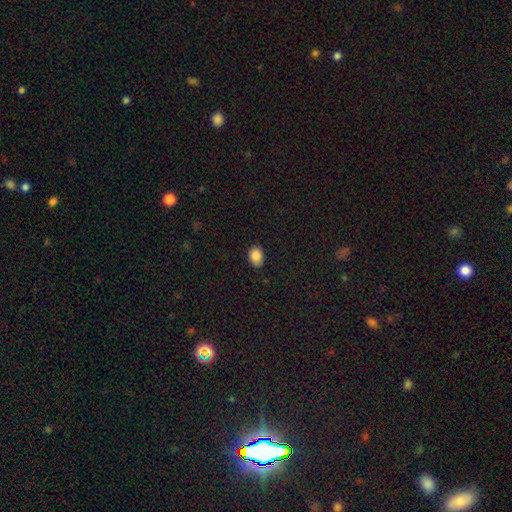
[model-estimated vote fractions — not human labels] Q: Smooth or featured?
A: smooth (87%); runner-up: star or artifact (9%)
Q: How rounded?
A: in between (72%); runner-up: round (27%)
Q: Merging?
A: none (83%); runner-up: minor disturbance (14%)